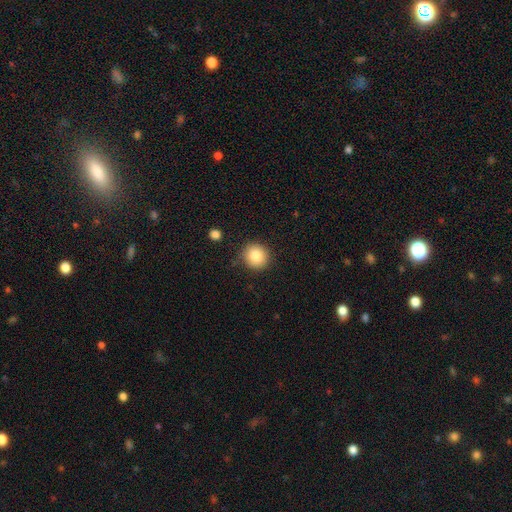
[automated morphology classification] This is clearly a smooth galaxy (85%). How rounded: clearly round (91%). Merging: clearly none (86%).